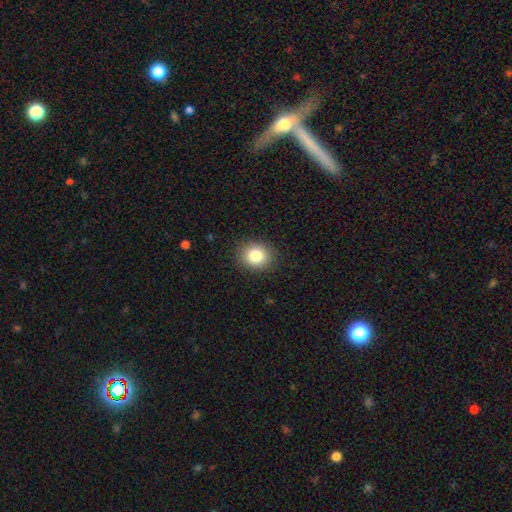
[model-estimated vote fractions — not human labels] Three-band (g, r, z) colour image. It shows a smooth galaxy with no disk features (83%) that is round (70%). Merging: none (89%).